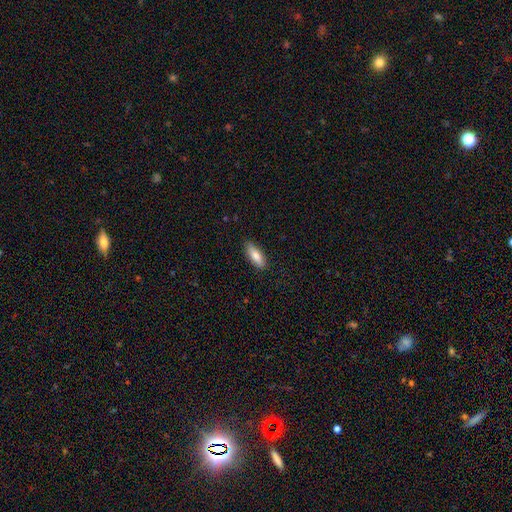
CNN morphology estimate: This appears to be a smooth galaxy with no disk features (79%) that is in between round and cigar-shaped (62%). Merging: none (85%).